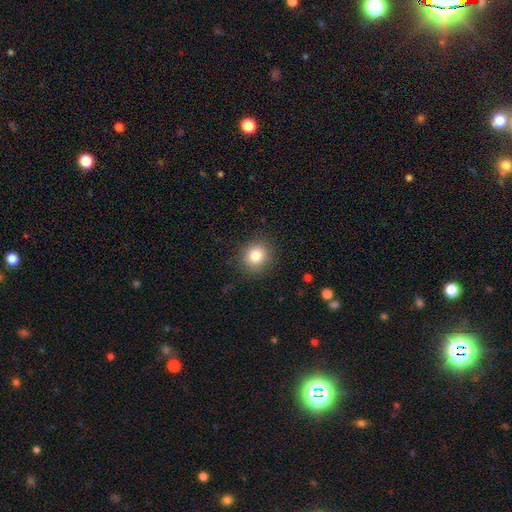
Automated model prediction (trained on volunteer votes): This is clearly a smooth galaxy (82%). How rounded: clearly round (86%). Merging: clearly none (88%).